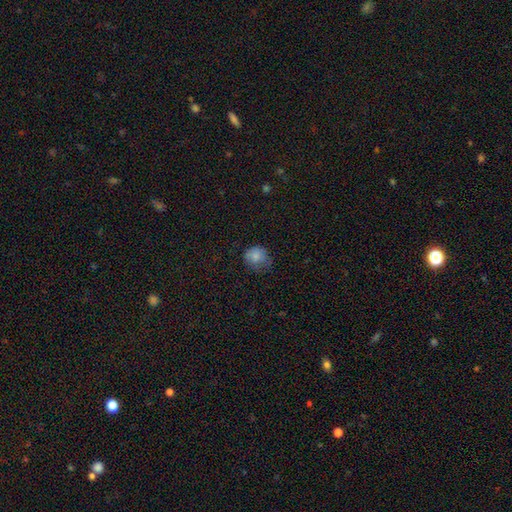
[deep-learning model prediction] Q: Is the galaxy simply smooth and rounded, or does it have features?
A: smooth — 80%.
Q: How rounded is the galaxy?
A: round — 79%.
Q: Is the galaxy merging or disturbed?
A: none — 58%.